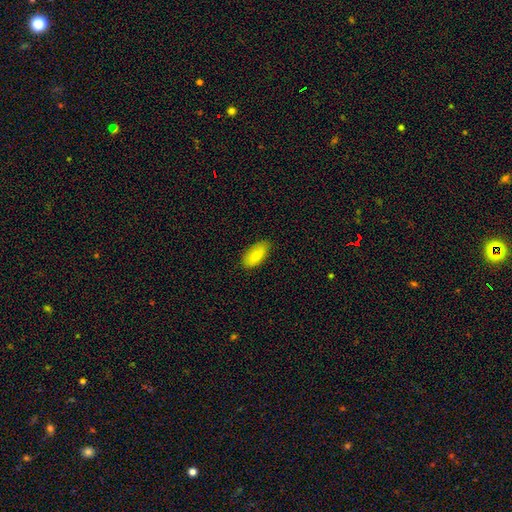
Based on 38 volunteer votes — This is clearly a smooth galaxy (82%). How rounded: clearly in between (100%). Merging: clearly none (83%).